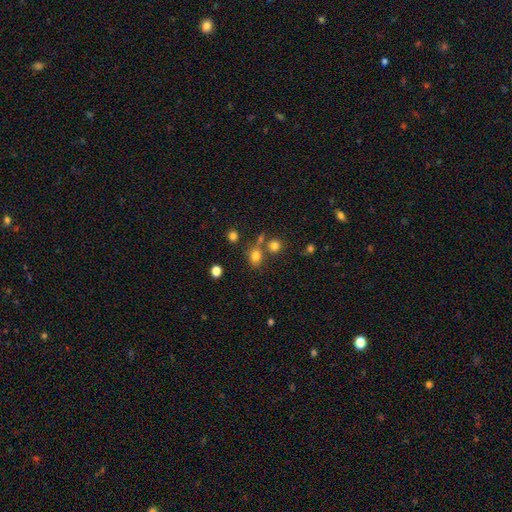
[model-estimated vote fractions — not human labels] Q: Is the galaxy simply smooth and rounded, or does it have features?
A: smooth — 75%.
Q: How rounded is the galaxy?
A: round — 52%.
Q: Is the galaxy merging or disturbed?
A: none — 61%.